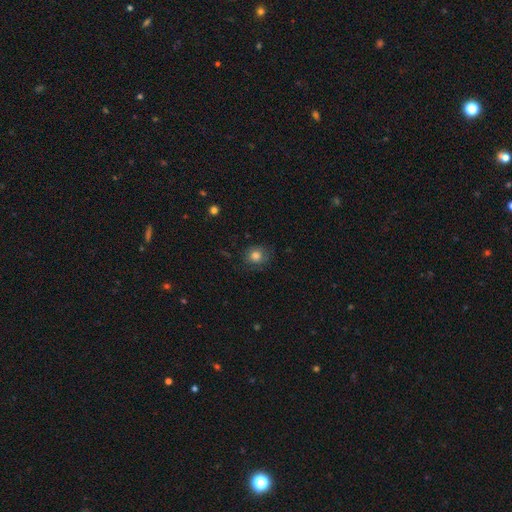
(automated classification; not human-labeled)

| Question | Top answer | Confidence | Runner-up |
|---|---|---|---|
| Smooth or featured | smooth | 80% | star or artifact (11%) |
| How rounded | round | 74% | in between (25%) |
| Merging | none | 76% | minor disturbance (17%) |